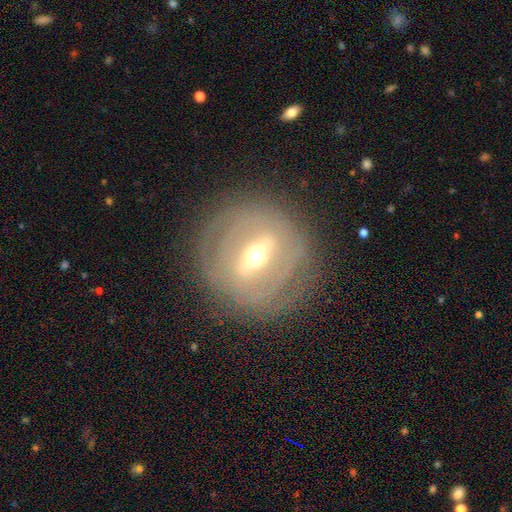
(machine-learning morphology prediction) Smooth or featured: featured or disk — 79% (smooth — 14%)
Edge-on disk: no — 81% (yes — 19%)
Bar: strong — 62% (weak — 28%)
Spiral arms: yes — 51% (no — 49%)
Bulge size: moderate — 64% (small — 29%)
Merging: none — 81% (minor disturbance — 12%)